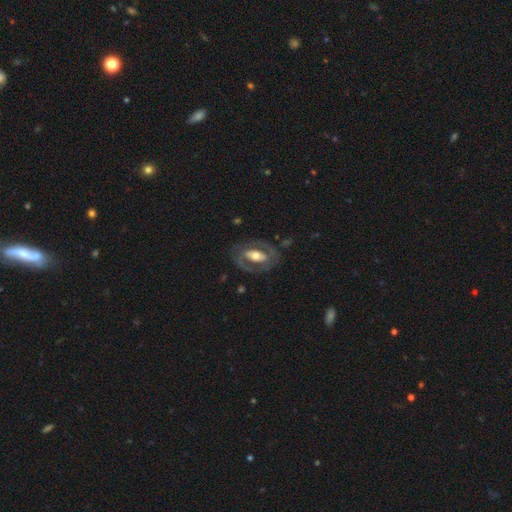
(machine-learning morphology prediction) type=featured or disk (73%); edge-on=no (93%); bar=no (39%); spiral arms=yes (61%); bulge=moderate (62%); merging=none (73%).